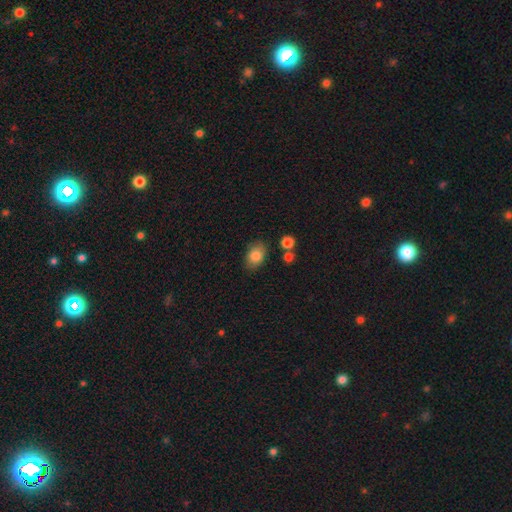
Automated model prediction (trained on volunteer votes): smooth 84%, featured or disk 8%, star or artifact 8%. Down the decision tree: how rounded — in between (82%); merging — none (77%).